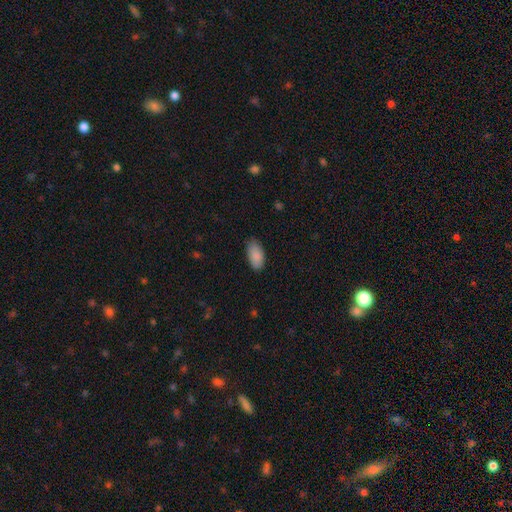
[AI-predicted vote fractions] This is clearly a smooth galaxy (89%). How rounded: clearly in between (94%). Merging: likely none (78%).